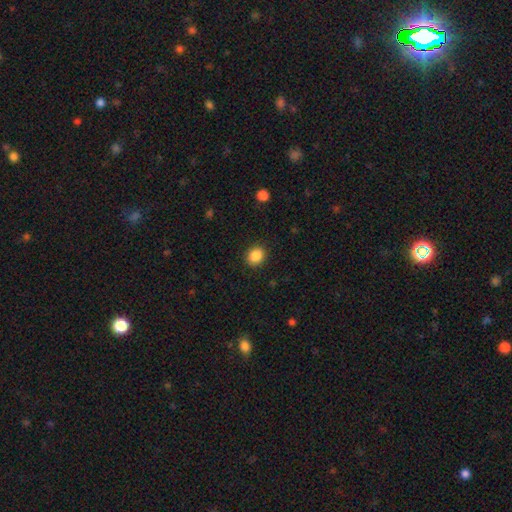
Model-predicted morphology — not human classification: A smooth galaxy with no disk features (87%) that is round (70%).

Vote fractions:
- Smooth or featured? smooth: 87% / star or artifact: 10% / featured or disk: 3%
- How rounded? round: 70% / in between: 29% / cigar-shaped: 1%
- Merging? none: 90% / minor disturbance: 7% / major disturbance: 2% / merger: 1%